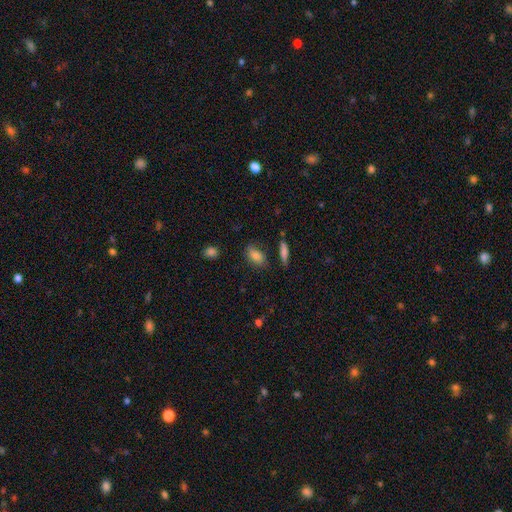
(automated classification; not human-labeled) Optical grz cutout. It shows a smooth galaxy with no disk features (82%) that is in between round and cigar-shaped (87%). Merging: none (70%).